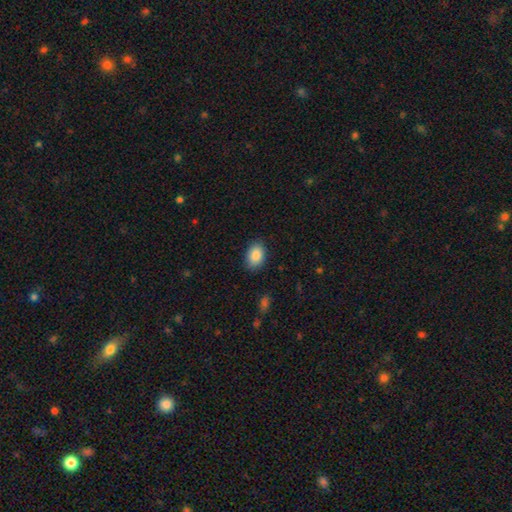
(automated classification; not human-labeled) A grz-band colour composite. It shows a smooth galaxy with no disk features (88%) that is in between round and cigar-shaped (84%). Merging: none (86%).